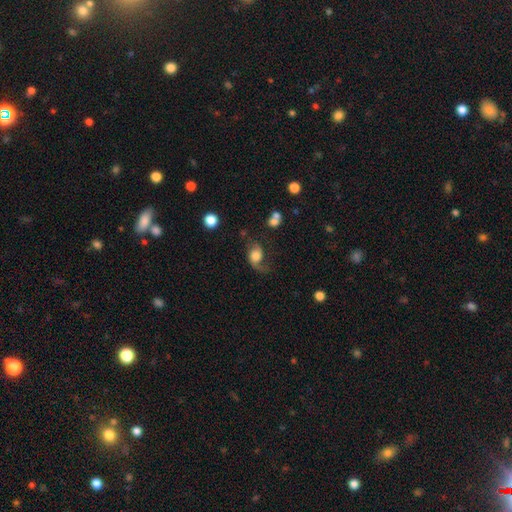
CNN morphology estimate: smooth-or-featured: featured or disk: 48% | smooth: 42% | star or artifact: 9%
  merging: none: 42% | major disturbance: 30% | minor disturbance: 24% | merger: 4%